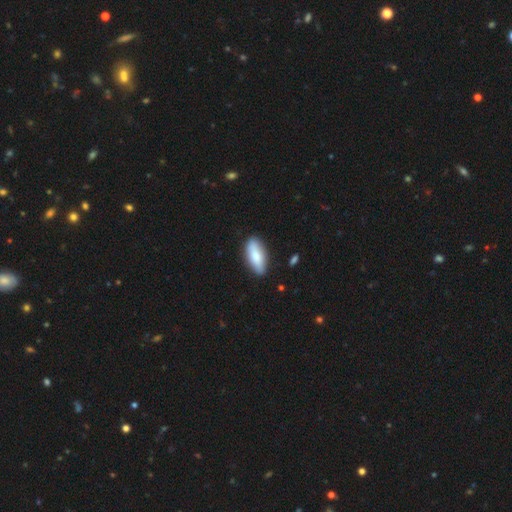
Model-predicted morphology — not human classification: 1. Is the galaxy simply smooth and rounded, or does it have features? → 75% smooth, 19% featured or disk, 6% star or artifact.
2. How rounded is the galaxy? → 76% in between, 22% cigar-shaped, 2% round.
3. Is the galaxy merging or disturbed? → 84% none, 12% minor disturbance, 2% major disturbance, 2% merger.